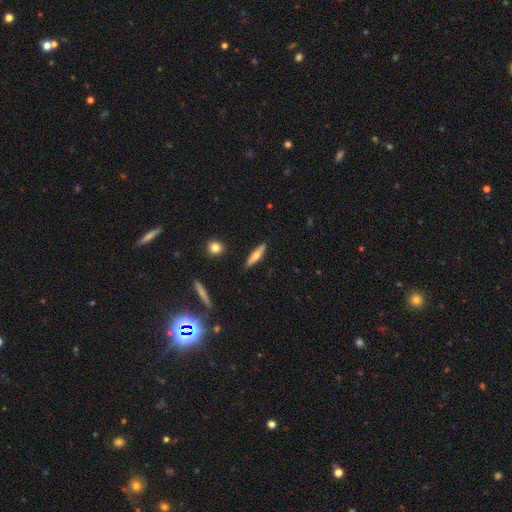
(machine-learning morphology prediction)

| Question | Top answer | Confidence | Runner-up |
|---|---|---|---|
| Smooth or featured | smooth | 52% | featured or disk (42%) |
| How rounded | cigar-shaped | 77% | in between (21%) |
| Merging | none | 89% | minor disturbance (8%) |